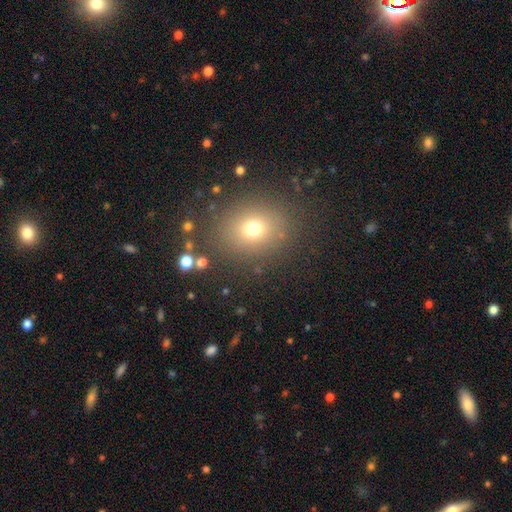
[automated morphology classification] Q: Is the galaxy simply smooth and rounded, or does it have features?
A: smooth — 66%.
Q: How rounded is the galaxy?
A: round — 61%.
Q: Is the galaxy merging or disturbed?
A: none — 85%.